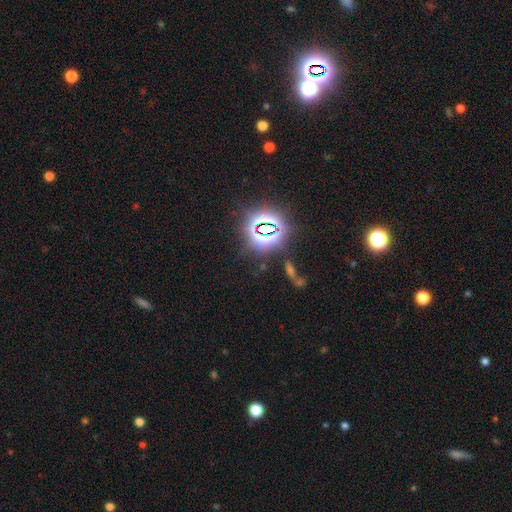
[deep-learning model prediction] star or artifact 81%, smooth 12%, featured or disk 7%.